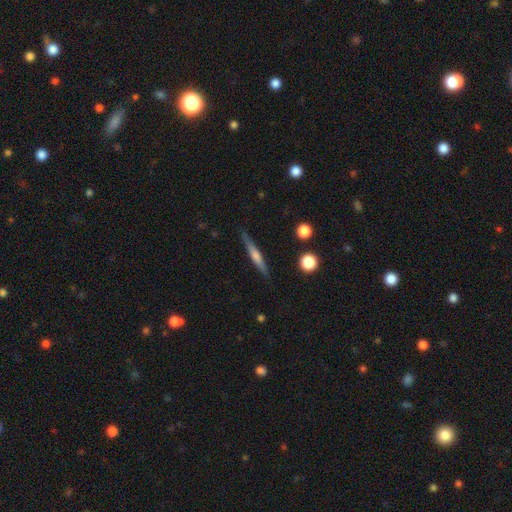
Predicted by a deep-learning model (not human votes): Smooth or featured: featured or disk — 52% (smooth — 42%)
Edge-on disk: yes — 96% (no — 4%)
Merging: none — 87% (minor disturbance — 9%)